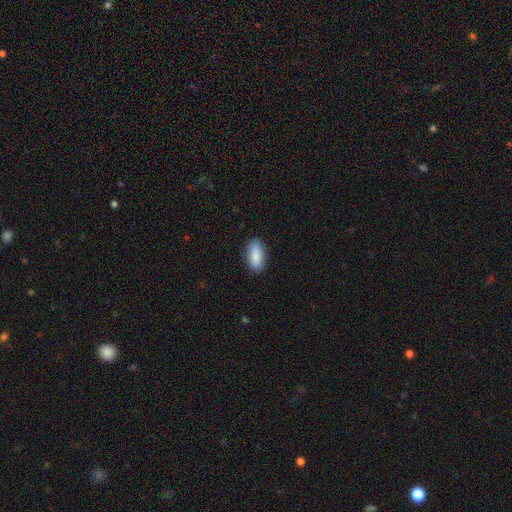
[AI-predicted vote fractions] Morphology: type=smooth (88%); roundness=in between (87%); merging=none (87%).